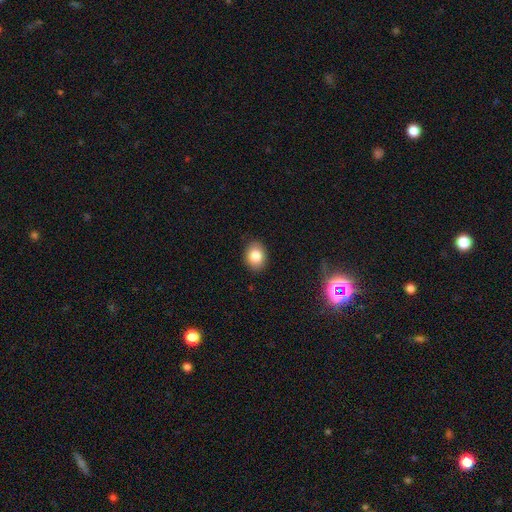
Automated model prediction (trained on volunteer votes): Overall: smooth (83%). How rounded: in between (63%; round 36%). Merging: none (88%).